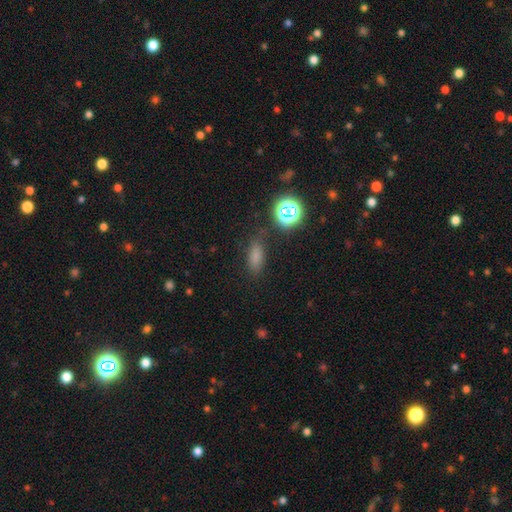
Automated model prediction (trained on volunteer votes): The model was most divided on "how rounded": in between: 65%, cigar-shaped: 24%, round: 11%. More confident: merging — none (81%); smooth or featured — smooth (70%).